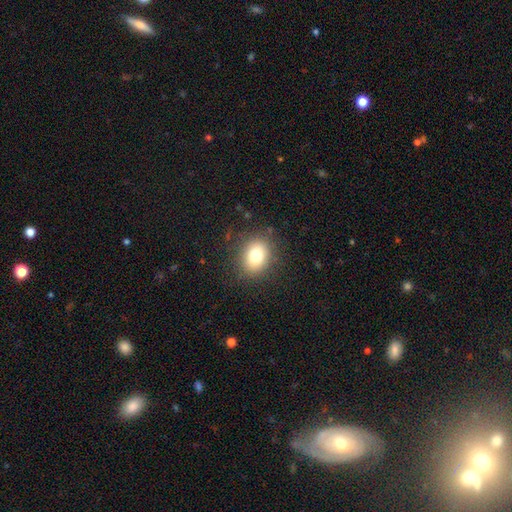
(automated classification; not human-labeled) smooth_or_featured: smooth (p=0.78) [alt: star or artifact p=0.11]
how_rounded: in between (p=0.54) [alt: round p=0.46]
merging: none (p=0.84) [alt: minor disturbance p=0.10]